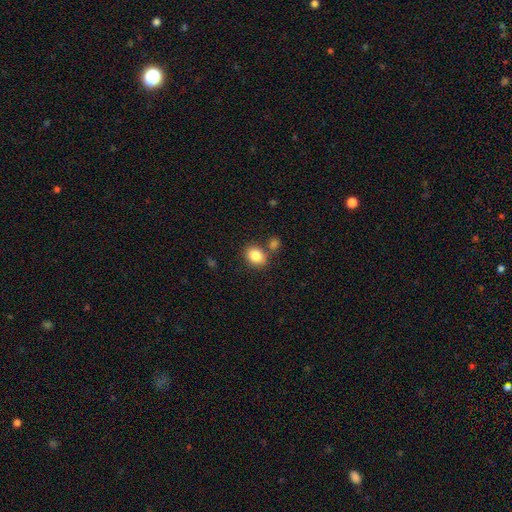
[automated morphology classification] Smooth or featured: smooth — 84% (star or artifact — 9%)
How rounded: in between — 55% (round — 44%)
Merging: none — 71% (merger — 14%)